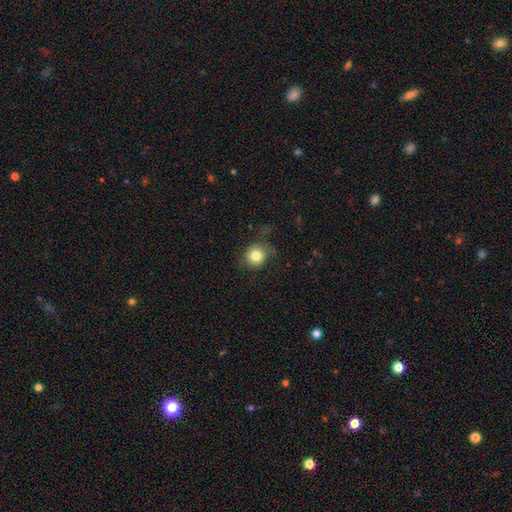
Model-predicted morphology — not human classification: smooth 81%, star or artifact 10%, featured or disk 9%. Down the decision tree: how rounded — round (87%); merging — none (70%).